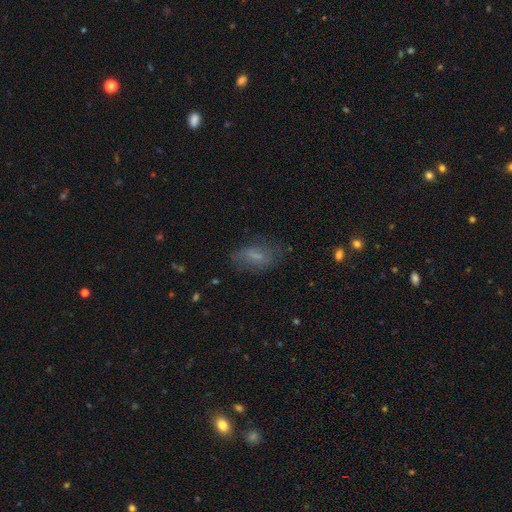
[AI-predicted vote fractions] This appears to be a smooth galaxy with no disk features (60%) that is in between round and cigar-shaped (84%). Merging: none (66%).